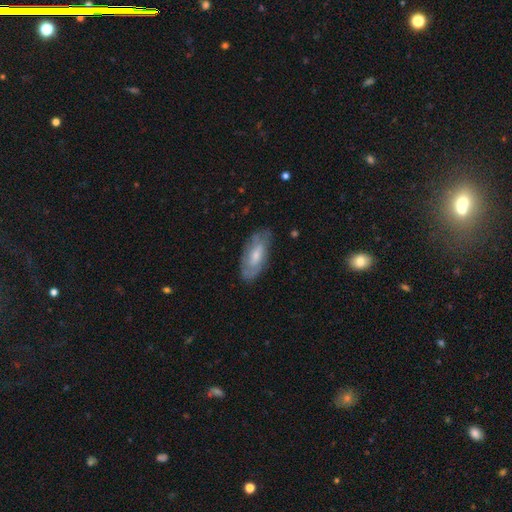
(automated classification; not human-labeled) Smooth or featured? featured or disk (49%)
Merging? none (75%)